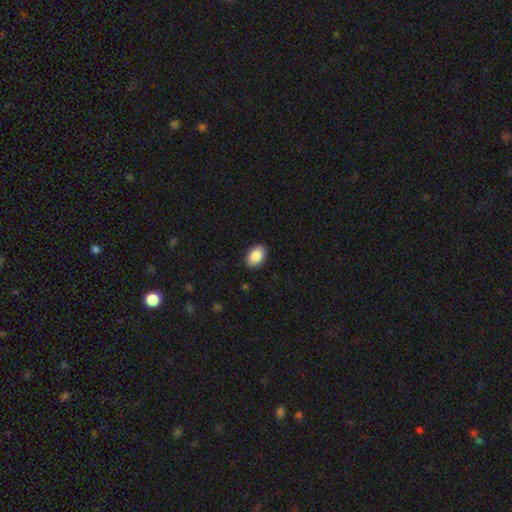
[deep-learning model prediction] Smooth or featured?
  - smooth: 88% *
  - star or artifact: 7%
  - featured or disk: 5%
How rounded?
  - in between: 86% *
  - round: 13%
  - cigar-shaped: 1%
Merging?
  - none: 89% *
  - minor disturbance: 9%
  - major disturbance: 2%
  - merger: 1%